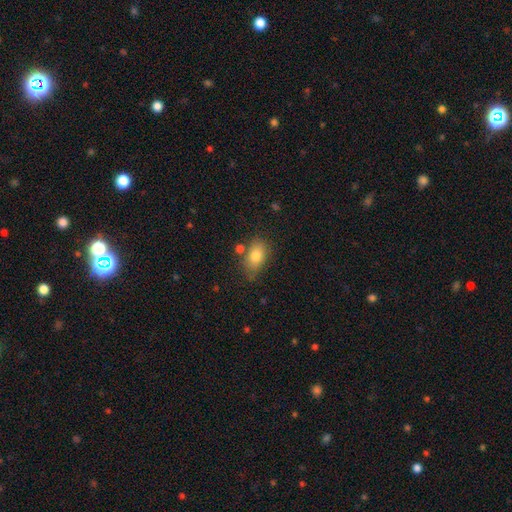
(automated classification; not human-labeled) Smooth or featured: smooth — 79% (featured or disk — 12%)
How rounded: in between — 85% (round — 13%)
Merging: none — 69% (minor disturbance — 18%)